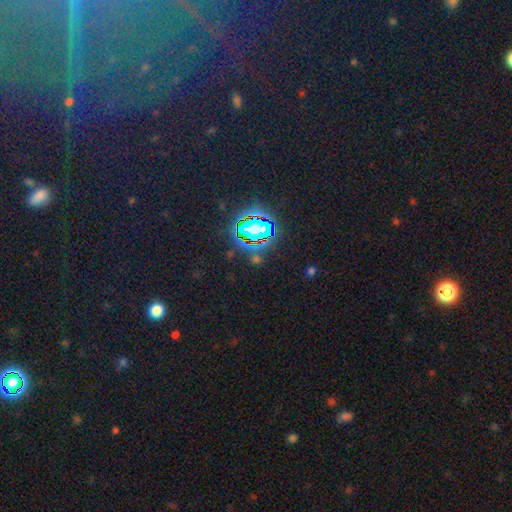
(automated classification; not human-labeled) smooth-or-featured: star or artifact: 74% | smooth: 16% | featured or disk: 10%